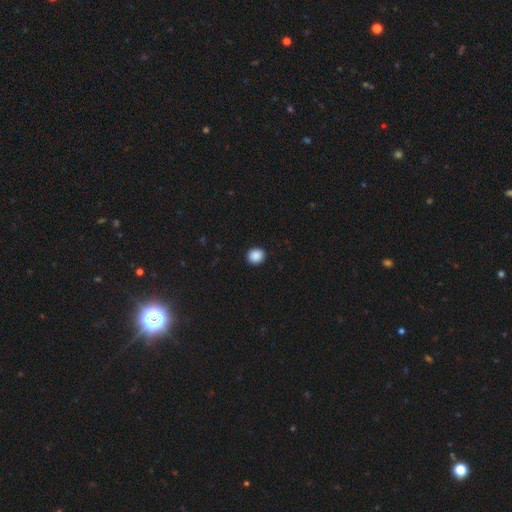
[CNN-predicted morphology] Smooth or featured: smooth — 89% (star or artifact — 9%)
How rounded: round — 80% (in between — 19%)
Merging: none — 93% (minor disturbance — 5%)